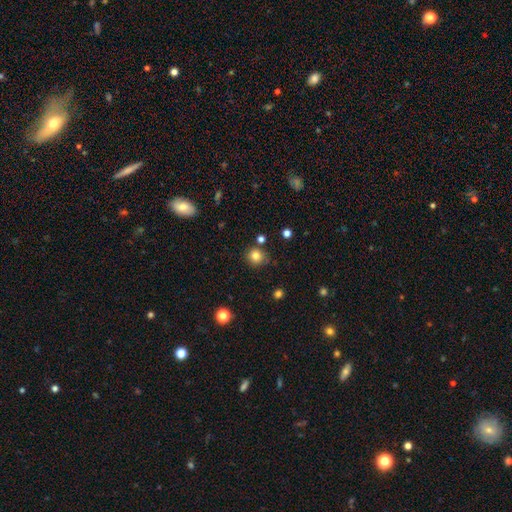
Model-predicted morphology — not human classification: A smooth galaxy with no disk features (81%) that is round (89%).

Vote fractions:
- Smooth or featured? smooth: 81% / star or artifact: 12% / featured or disk: 6%
- How rounded? round: 89% / in between: 10% / cigar-shaped: 1%
- Merging? none: 80% / minor disturbance: 11% / merger: 6% / major disturbance: 3%